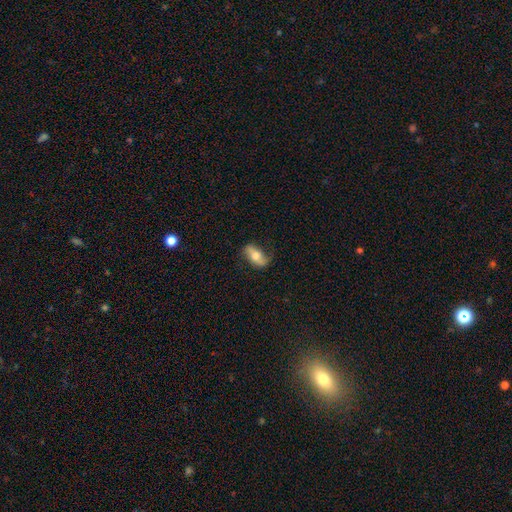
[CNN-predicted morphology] Smooth or featured: smooth — 56% (featured or disk — 37%)
How rounded: in between — 83% (cigar-shaped — 12%)
Merging: none — 72% (minor disturbance — 21%)